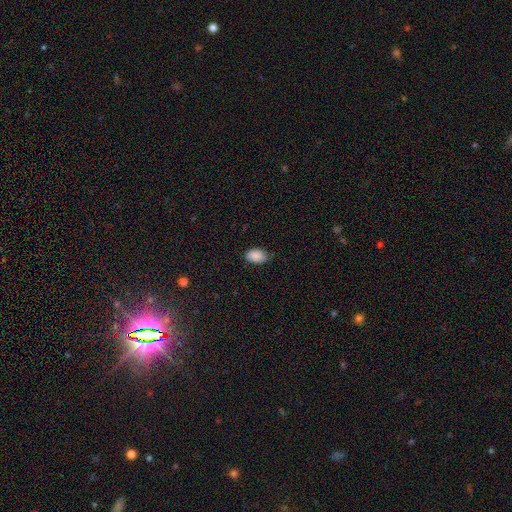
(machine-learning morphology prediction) smooth 89%, star or artifact 7%, featured or disk 4%. Down the decision tree: how rounded — in between (91%); merging — none (80%).